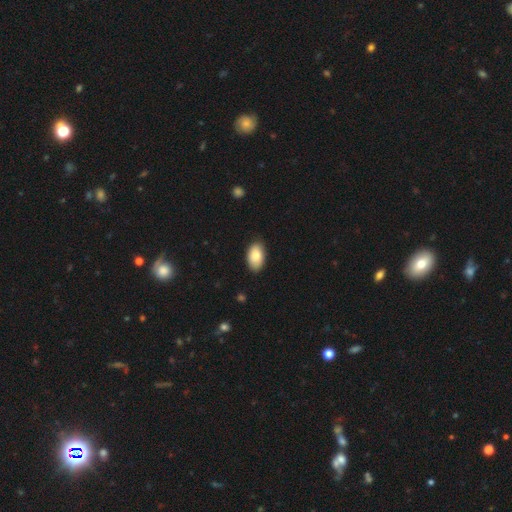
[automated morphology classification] Smooth or featured: smooth — 85% (featured or disk — 9%)
How rounded: in between — 94% (round — 5%)
Merging: none — 85% (minor disturbance — 12%)